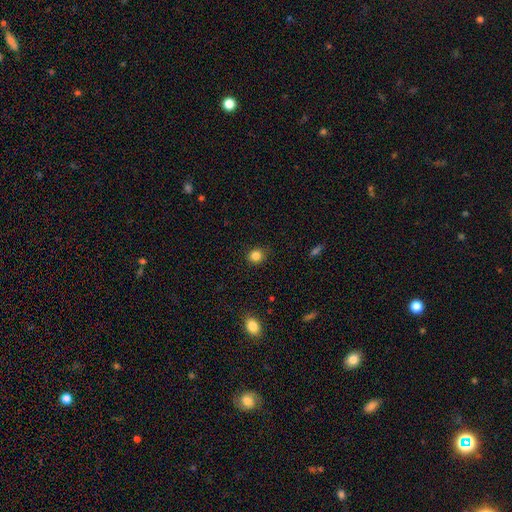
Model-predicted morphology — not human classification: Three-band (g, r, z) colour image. It shows a smooth galaxy with no disk features (84%) that is round (83%). Merging: none (86%).